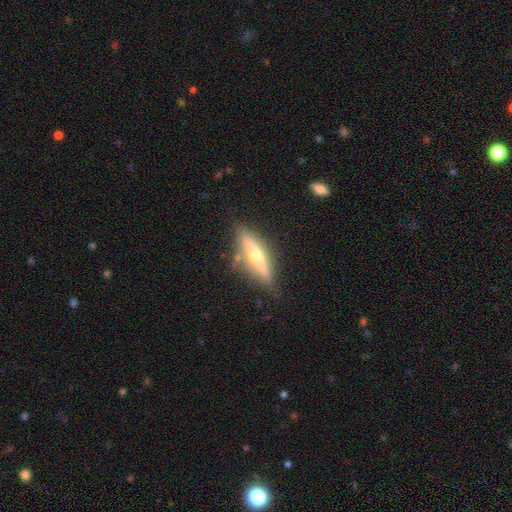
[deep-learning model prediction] Q: Smooth or featured?
A: featured or disk (71%); runner-up: smooth (23%)
Q: Edge-on disk?
A: yes (94%); runner-up: no (6%)
Q: Edge-on bulge?
A: rounded (91%); runner-up: none (6%)
Q: Merging?
A: none (80%); runner-up: minor disturbance (14%)